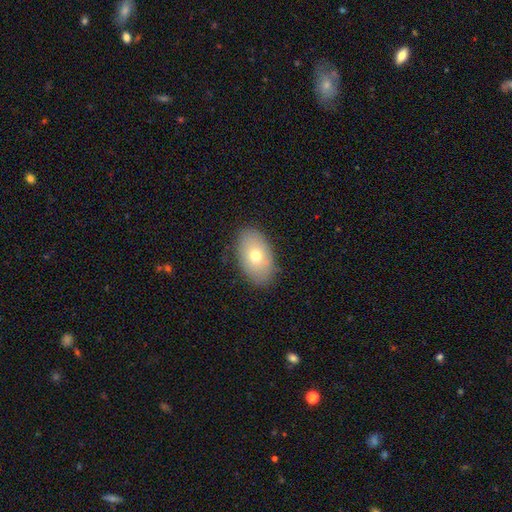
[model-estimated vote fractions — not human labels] Q: Smooth or featured?
A: smooth (70%); runner-up: featured or disk (22%)
Q: How rounded?
A: in between (89%); runner-up: round (9%)
Q: Merging?
A: none (84%); runner-up: minor disturbance (12%)